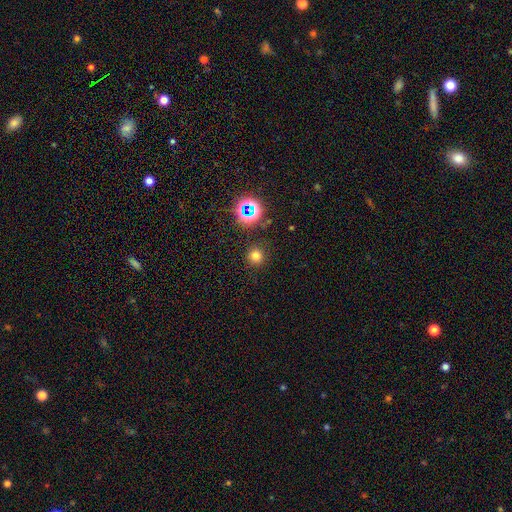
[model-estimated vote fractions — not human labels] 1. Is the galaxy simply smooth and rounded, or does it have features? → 71% smooth, 22% star or artifact, 6% featured or disk.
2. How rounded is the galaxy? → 94% round, 5% in between, 1% cigar-shaped.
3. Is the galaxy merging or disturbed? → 89% none, 7% minor disturbance, 3% major disturbance, 2% merger.